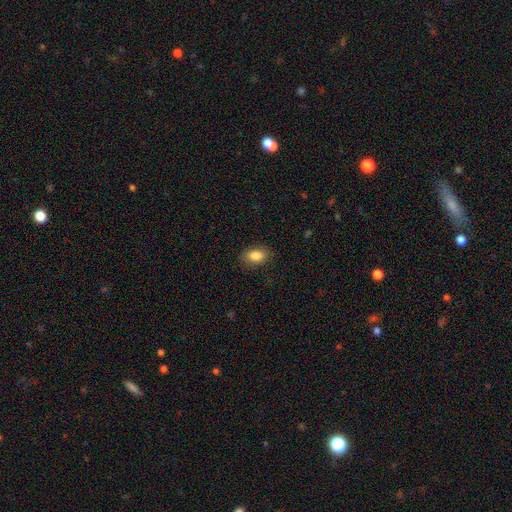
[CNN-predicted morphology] Smooth or featured: smooth — 86% (star or artifact — 8%)
How rounded: in between — 85% (round — 14%)
Merging: none — 84% (minor disturbance — 12%)